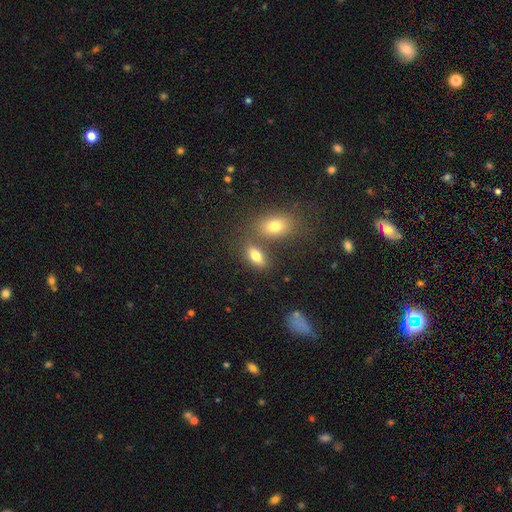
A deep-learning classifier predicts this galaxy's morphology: Smooth or featured? Predicted: smooth (p=0.78). How rounded? Predicted: in between (p=0.85). Merging? Predicted: none (p=0.61).